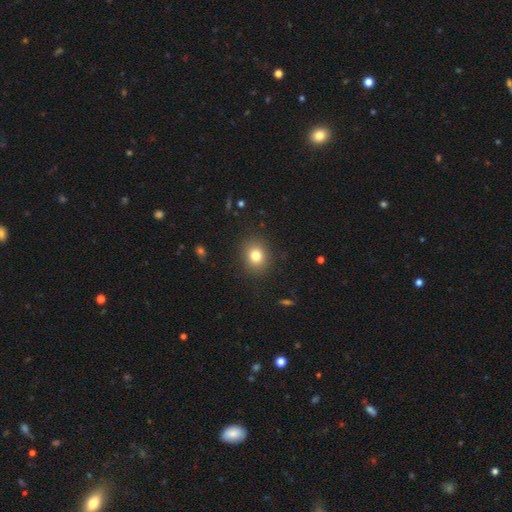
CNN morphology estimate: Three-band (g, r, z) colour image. It shows a smooth galaxy with no disk features (80%) that is round (70%). Merging: none (89%).